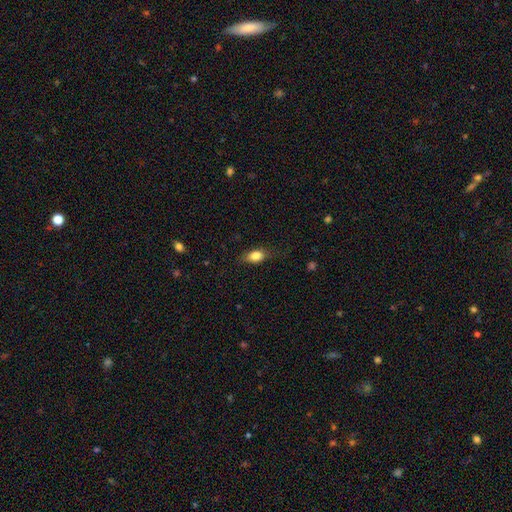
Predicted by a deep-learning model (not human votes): smooth-or-featured: smooth: 81% | featured or disk: 10% | star or artifact: 8%
  how-rounded: in between: 80% | round: 14% | cigar-shaped: 6%
  merging: none: 73% | minor disturbance: 20% | major disturbance: 6% | merger: 1%